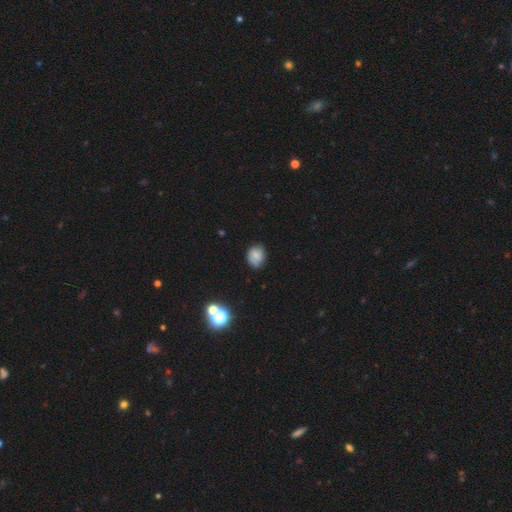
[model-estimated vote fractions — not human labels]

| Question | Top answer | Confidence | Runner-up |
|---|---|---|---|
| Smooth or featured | smooth | 74% | featured or disk (14%) |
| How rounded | round | 51% | in between (48%) |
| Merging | none | 71% | minor disturbance (23%) |